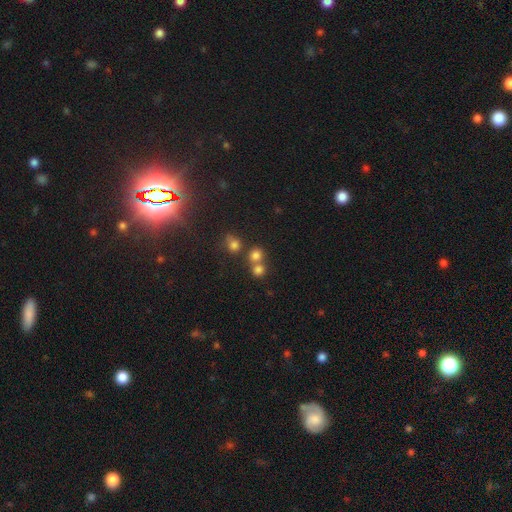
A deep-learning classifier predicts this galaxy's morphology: type=smooth (73%); roundness=round (87%); merging=none (52%).